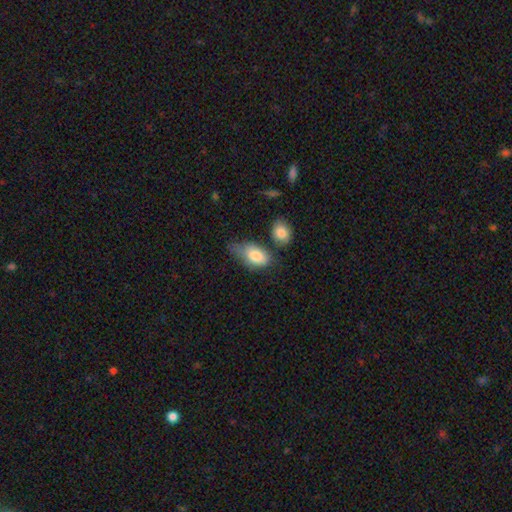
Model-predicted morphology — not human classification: smooth_or_featured: smooth (p=0.80) [alt: featured or disk p=0.13]
how_rounded: in between (p=0.89) [alt: round p=0.08]
merging: minor disturbance (p=0.37) [alt: none p=0.31]